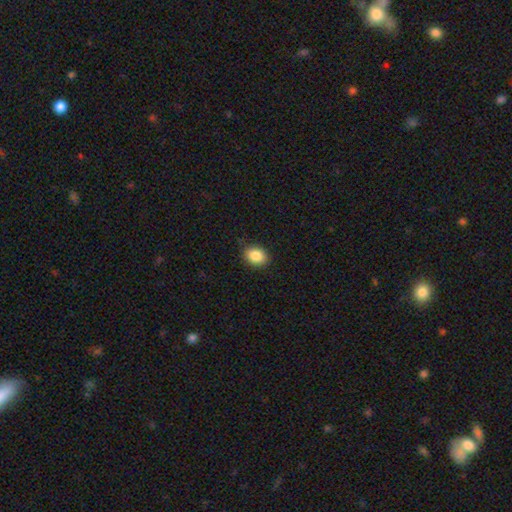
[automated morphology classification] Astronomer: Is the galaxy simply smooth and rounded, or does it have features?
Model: smooth — 87%.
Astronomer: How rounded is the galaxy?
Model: in between — 58% (runner-up: round, 41%).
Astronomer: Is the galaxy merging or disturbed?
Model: none — 86%.